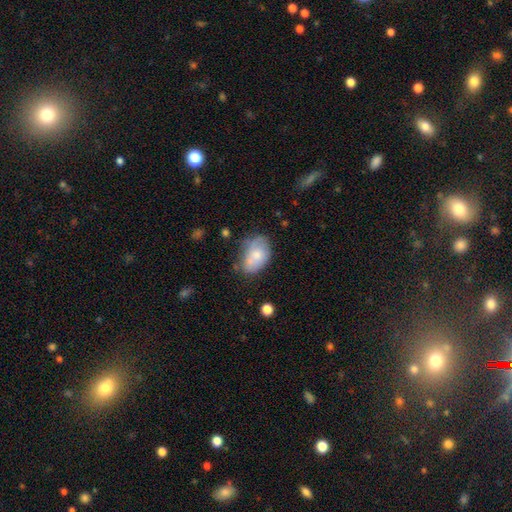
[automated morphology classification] smooth_or_featured: smooth (p=0.71) [alt: featured or disk p=0.21]
how_rounded: in between (p=0.85) [alt: round p=0.14]
merging: none (p=0.45) [alt: minor disturbance p=0.32]